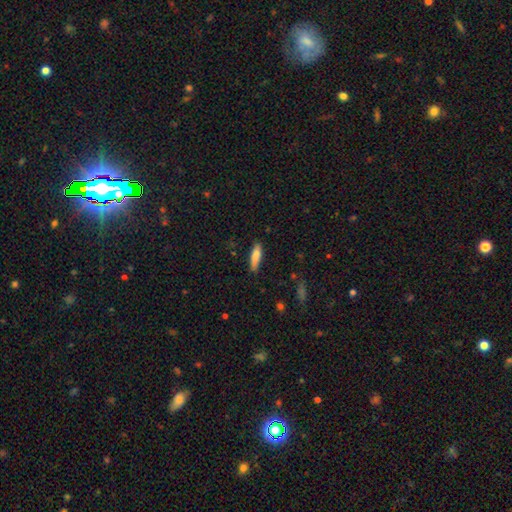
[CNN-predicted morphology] The model was most divided on "how rounded": cigar-shaped: 65%, in between: 33%, round: 2%. More confident: smooth or featured — smooth (82%); merging — none (80%).